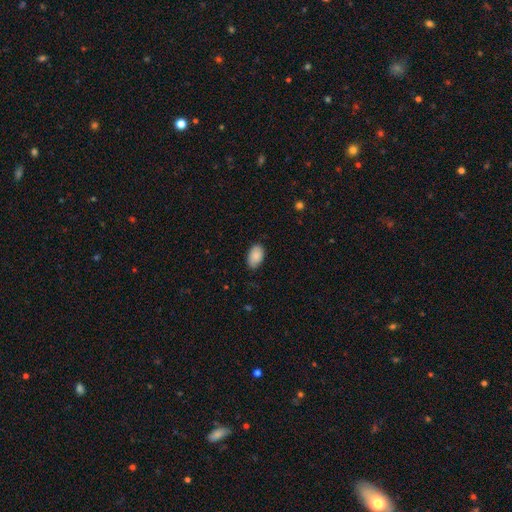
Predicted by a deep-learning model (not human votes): This appears to be a smooth galaxy with no disk features (87%) that is in between round and cigar-shaped (92%). Merging: none (80%).